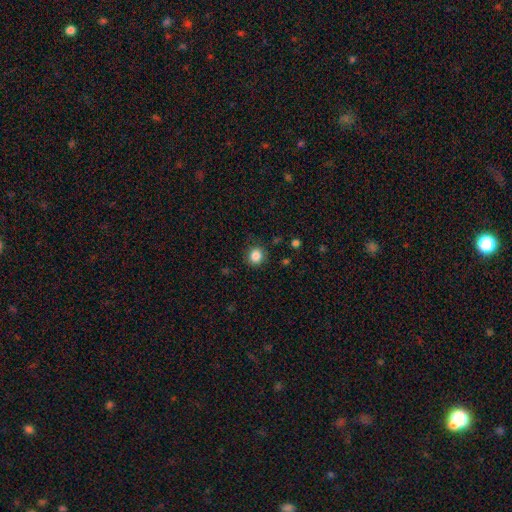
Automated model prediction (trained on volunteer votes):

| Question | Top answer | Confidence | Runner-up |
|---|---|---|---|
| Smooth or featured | smooth | 85% | star or artifact (10%) |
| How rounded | round | 83% | in between (16%) |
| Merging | none | 84% | minor disturbance (11%) |